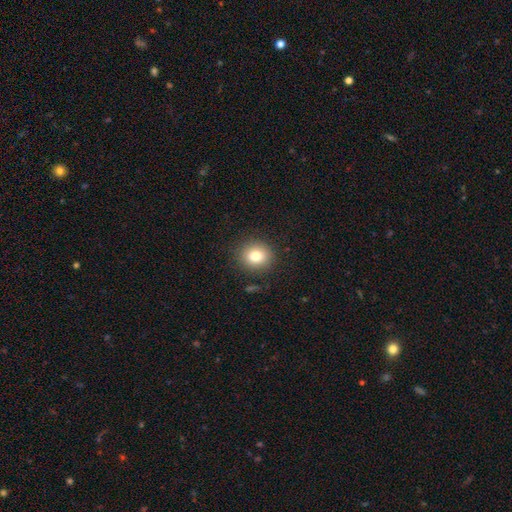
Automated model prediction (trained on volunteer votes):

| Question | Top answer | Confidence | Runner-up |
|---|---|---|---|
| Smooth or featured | smooth | 79% | star or artifact (11%) |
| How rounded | round | 84% | in between (15%) |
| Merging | none | 88% | minor disturbance (8%) |